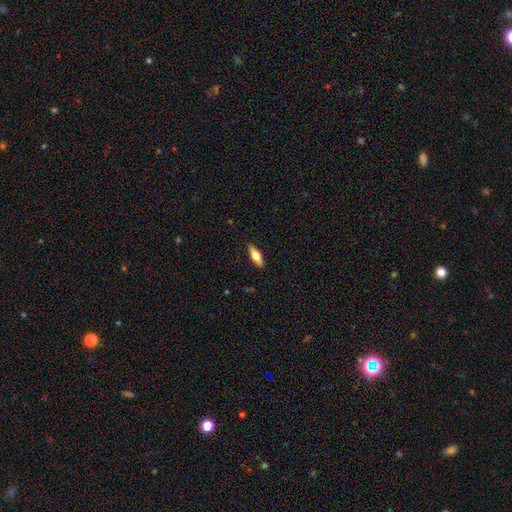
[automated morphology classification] Smooth or featured?
  - smooth: 54% *
  - featured or disk: 40%
  - star or artifact: 6%
How rounded?
  - in between: 52% *
  - cigar-shaped: 46%
  - round: 3%
Merging?
  - none: 89% *
  - minor disturbance: 8%
  - major disturbance: 2%
  - merger: 1%